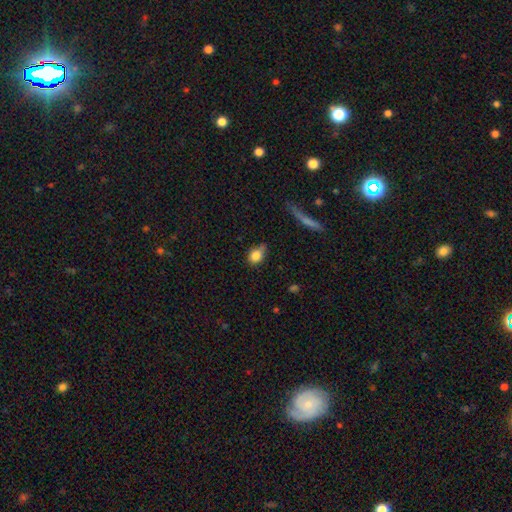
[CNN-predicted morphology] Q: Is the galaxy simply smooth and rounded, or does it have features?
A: smooth — 83%.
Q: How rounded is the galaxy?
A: in between — 54%.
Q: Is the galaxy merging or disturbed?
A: none — 58%.